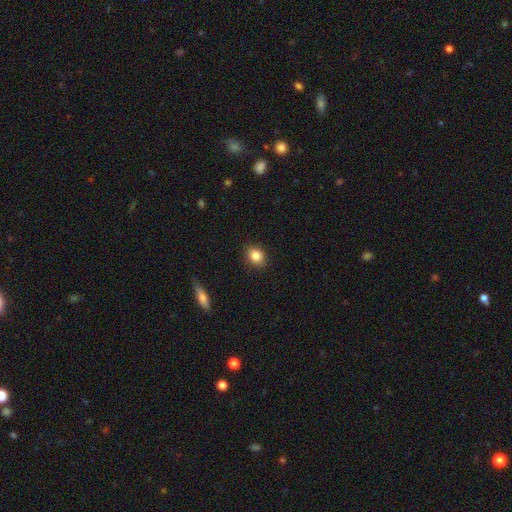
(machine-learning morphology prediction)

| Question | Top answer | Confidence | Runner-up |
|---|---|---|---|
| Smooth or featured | smooth | 85% | star or artifact (10%) |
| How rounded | round | 53% | in between (46%) |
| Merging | none | 89% | minor disturbance (8%) |